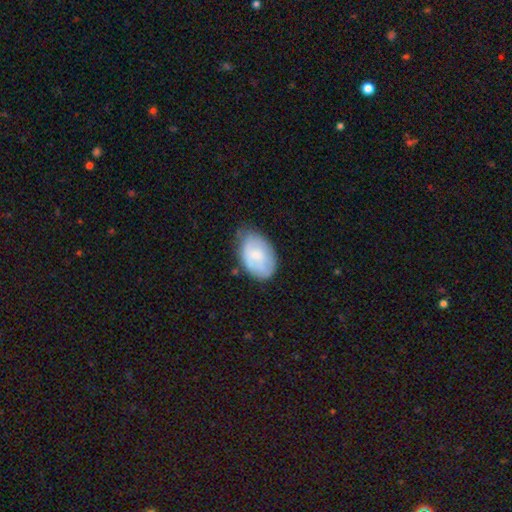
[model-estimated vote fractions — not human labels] Smooth or featured? Predicted: smooth (p=0.61). How rounded? Predicted: in between (p=0.88). Merging? Predicted: none (p=0.59).